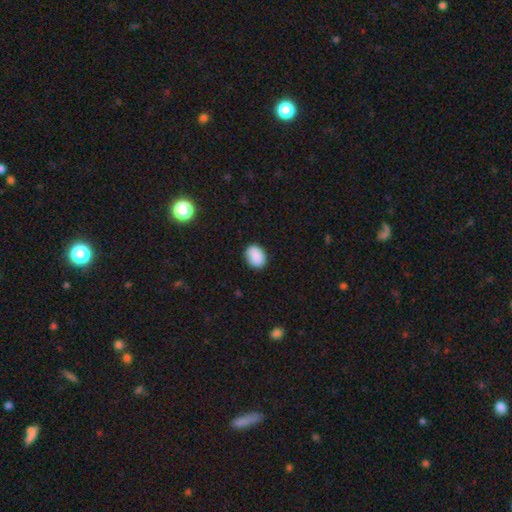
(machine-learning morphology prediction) Smooth or featured?
  - smooth: 88% *
  - star or artifact: 8%
  - featured or disk: 4%
How rounded?
  - in between: 68% *
  - round: 31%
  - cigar-shaped: 1%
Merging?
  - none: 84% *
  - minor disturbance: 12%
  - major disturbance: 3%
  - merger: 1%